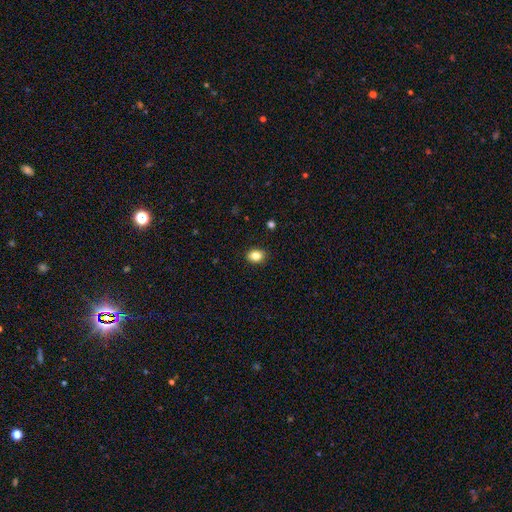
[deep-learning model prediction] This appears to be a smooth galaxy with no disk features (84%) that is in between round and cigar-shaped (60%). Merging: none (89%).